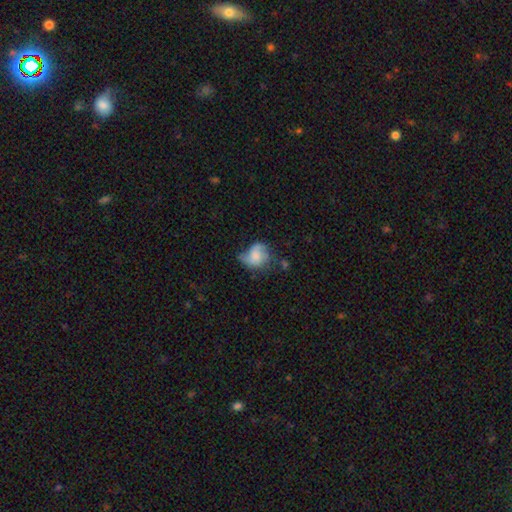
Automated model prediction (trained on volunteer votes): A smooth galaxy with no disk features (52%) that is round (53%).

Vote fractions:
- Smooth or featured? smooth: 52% / featured or disk: 39% / star or artifact: 9%
- How rounded? round: 53% / in between: 46% / cigar-shaped: 1%
- Merging? minor disturbance: 36% / none: 33% / major disturbance: 26% / merger: 6%